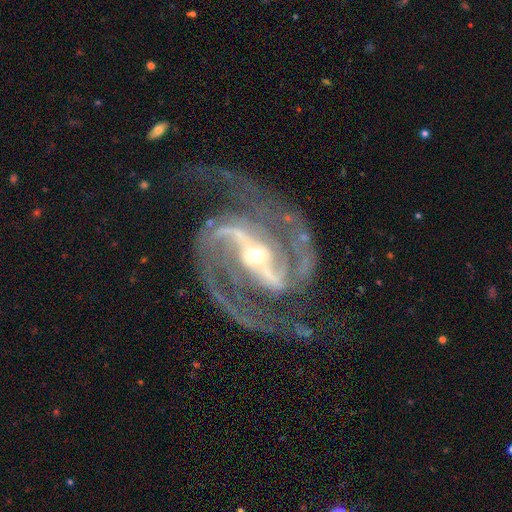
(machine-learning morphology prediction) A featured or disk galaxy (94%) with a strong bar (68%), 2 (89%) medium (66%) spiral arms (99%) and a small central bulge (53%).

Vote fractions:
- Smooth or featured? featured or disk: 94% / star or artifact: 4% / smooth: 2%
- Edge-on disk? no: 98% / yes: 2%
- Bar? strong: 68% / weak: 24% / no: 9%
- Spiral arms? yes: 99% / no: 1%
- Spiral winding? medium: 66% / tight: 20% / loose: 15%
- Spiral arm count? 2: 89% / 3: 4% / can't tell: 2% / 4: 2% / 1: 2% / more than 4: 2%
- Bulge size? small: 53% / moderate: 43% / large: 3% / none: 1% / dominant: 1%
- Merging? none: 71% / minor disturbance: 14% / major disturbance: 12% / merger: 2%